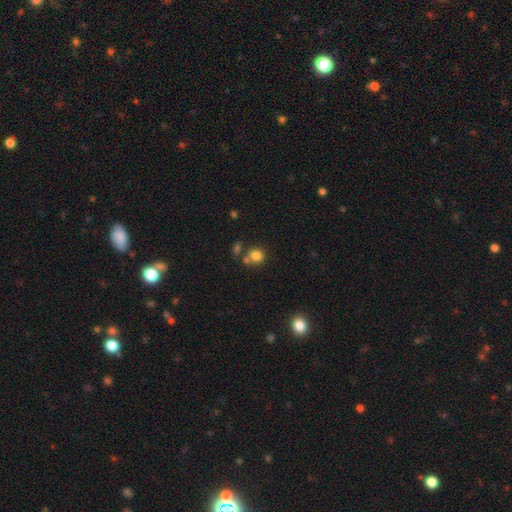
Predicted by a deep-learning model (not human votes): Smooth or featured?
  - smooth: 81% *
  - star or artifact: 12%
  - featured or disk: 7%
How rounded?
  - round: 86% *
  - in between: 13%
  - cigar-shaped: 1%
Merging?
  - none: 62% *
  - merger: 23%
  - minor disturbance: 11%
  - major disturbance: 4%